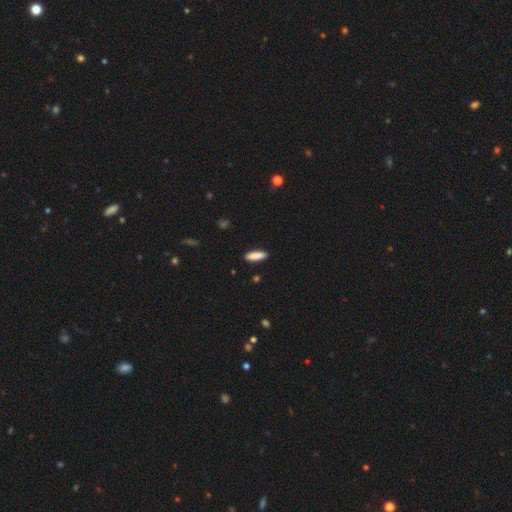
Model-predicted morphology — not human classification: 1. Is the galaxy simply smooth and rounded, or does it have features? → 87% smooth, 7% featured or disk, 6% star or artifact.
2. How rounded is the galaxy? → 63% cigar-shaped, 36% in between, 2% round.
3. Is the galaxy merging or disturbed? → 90% none, 7% minor disturbance, 2% major disturbance, 1% merger.